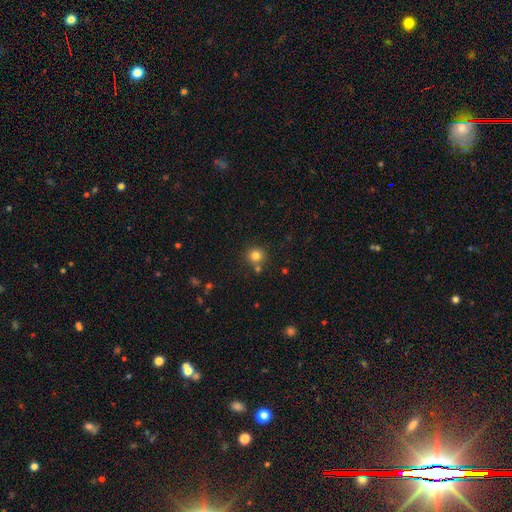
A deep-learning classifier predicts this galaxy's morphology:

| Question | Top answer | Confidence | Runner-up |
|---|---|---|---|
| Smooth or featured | smooth | 81% | star or artifact (13%) |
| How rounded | round | 92% | in between (7%) |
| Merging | none | 76% | merger (13%) |